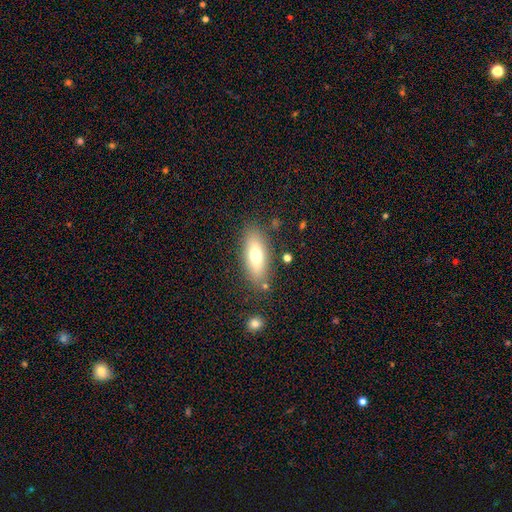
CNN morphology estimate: smooth_or_featured: smooth (p=0.69) [alt: featured or disk p=0.24]
how_rounded: in between (p=0.70) [alt: cigar-shaped p=0.27]
merging: none (p=0.81) [alt: minor disturbance p=0.12]